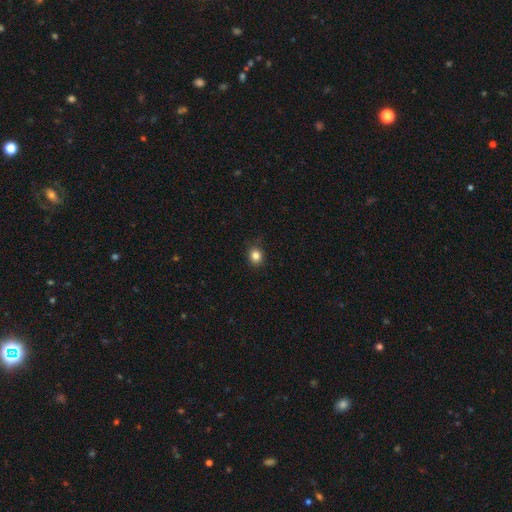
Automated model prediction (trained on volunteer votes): smooth_or_featured: smooth (p=0.84) [alt: star or artifact p=0.12]
how_rounded: round (p=0.78) [alt: in between p=0.21]
merging: none (p=0.86) [alt: minor disturbance p=0.11]